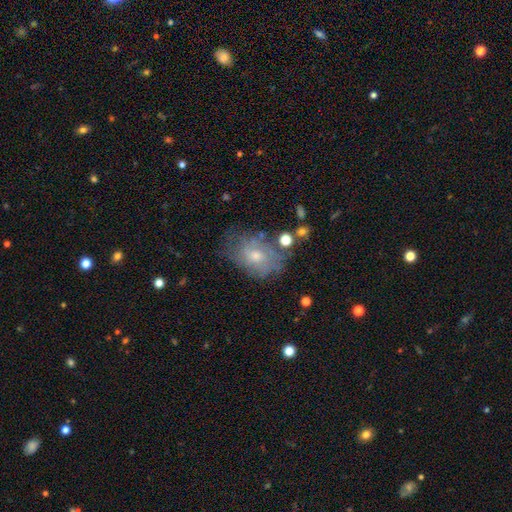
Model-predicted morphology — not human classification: smooth-or-featured: featured or disk: 47% | smooth: 40% | star or artifact: 13%
  merging: none: 59% | minor disturbance: 25% | major disturbance: 12% | merger: 4%